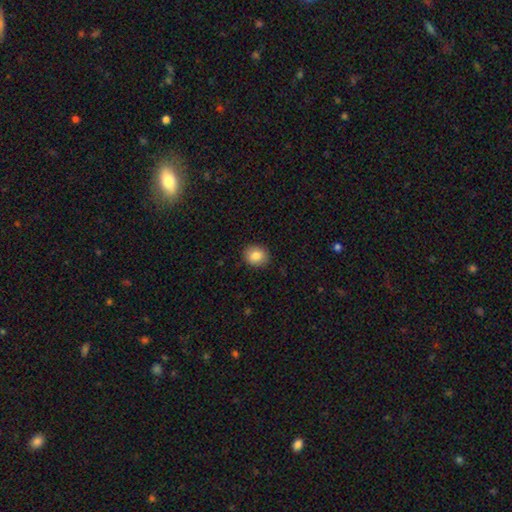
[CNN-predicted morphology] smooth-or-featured: smooth: 85% | star or artifact: 9% | featured or disk: 6%
  how-rounded: round: 69% | in between: 30% | cigar-shaped: 1%
  merging: none: 89% | minor disturbance: 8% | major disturbance: 2% | merger: 1%